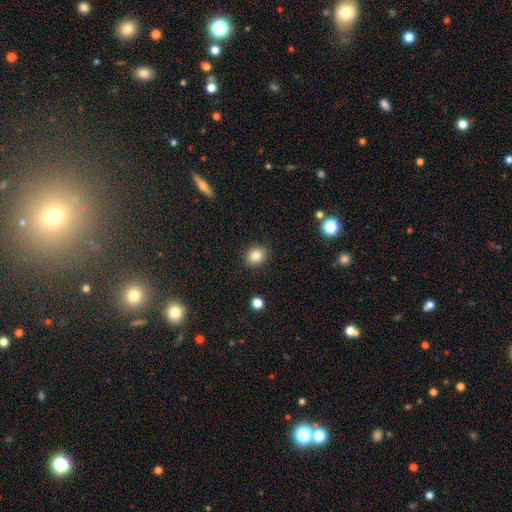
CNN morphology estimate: Smooth or featured: smooth — 84% (star or artifact — 10%)
How rounded: round — 71% (in between — 28%)
Merging: none — 90% (minor disturbance — 6%)